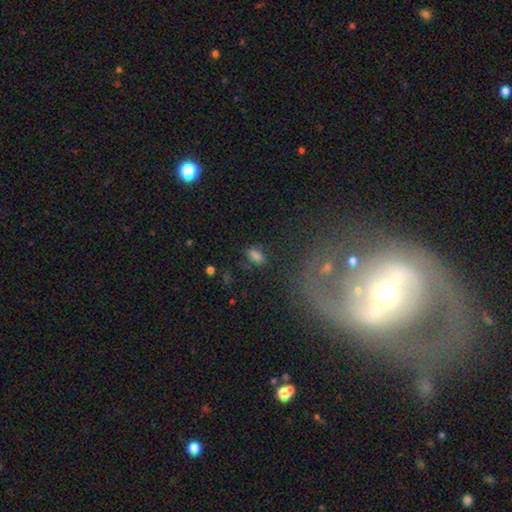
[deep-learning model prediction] Smooth or featured: smooth — 76% (star or artifact — 14%)
How rounded: in between — 89% (round — 7%)
Merging: none — 71% (minor disturbance — 17%)